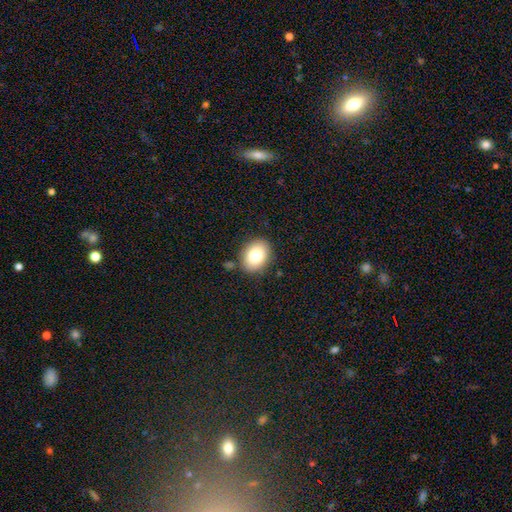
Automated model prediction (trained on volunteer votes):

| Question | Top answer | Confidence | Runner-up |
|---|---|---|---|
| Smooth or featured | smooth | 80% | featured or disk (11%) |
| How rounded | in between | 62% | round (37%) |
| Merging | none | 85% | minor disturbance (10%) |